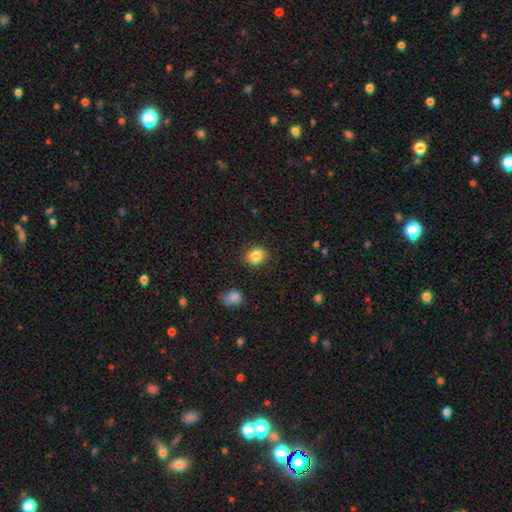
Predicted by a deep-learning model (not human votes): This is clearly a smooth galaxy (86%). How rounded: likely round (68%). Merging: clearly none (87%).